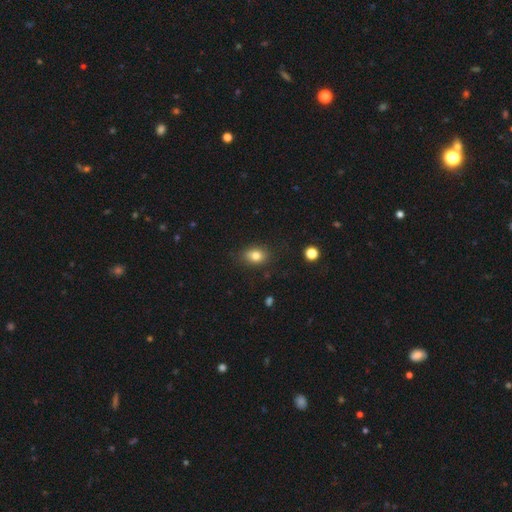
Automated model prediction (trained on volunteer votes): Smooth or featured? Predicted: smooth (p=0.81). How rounded? Predicted: in between (p=0.68). Merging? Predicted: none (p=0.82).